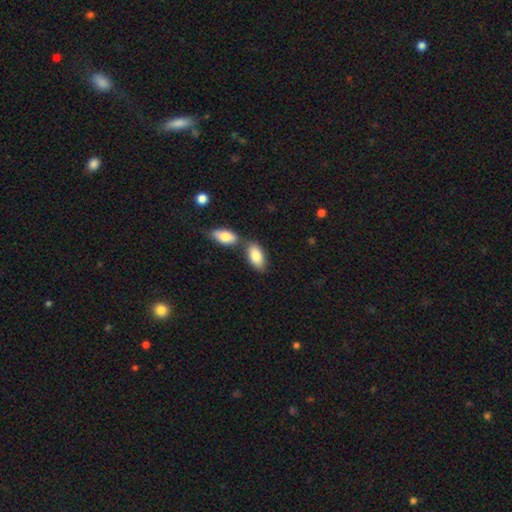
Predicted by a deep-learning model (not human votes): Smooth or featured? smooth (85%)
How rounded? in between (93%)
Merging? none (53%)